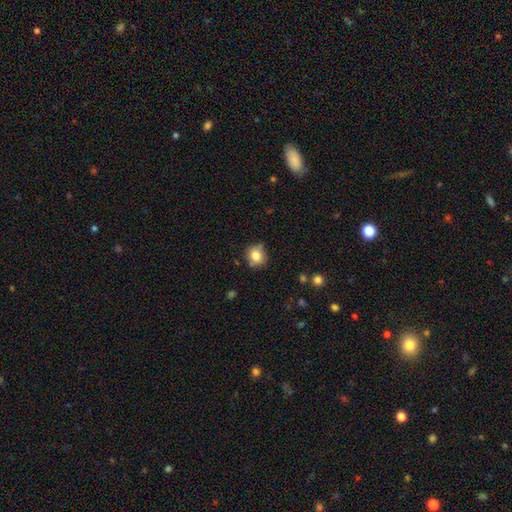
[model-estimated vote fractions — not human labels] This appears to be a smooth galaxy with no disk features (80%) that is round (81%). Merging: none (72%).